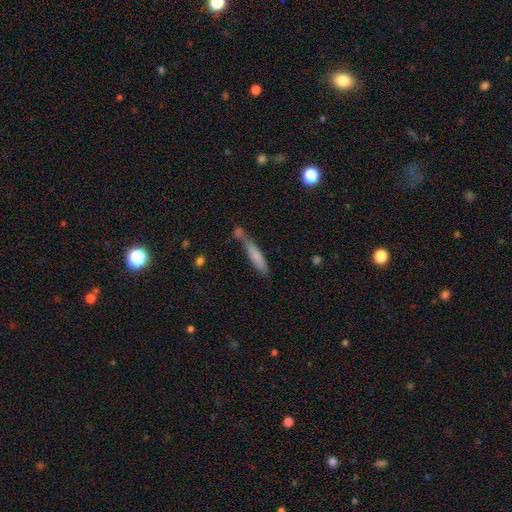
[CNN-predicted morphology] smooth 72%, featured or disk 21%, star or artifact 7%. Down the decision tree: how rounded — cigar-shaped (88%); merging — none (55%).